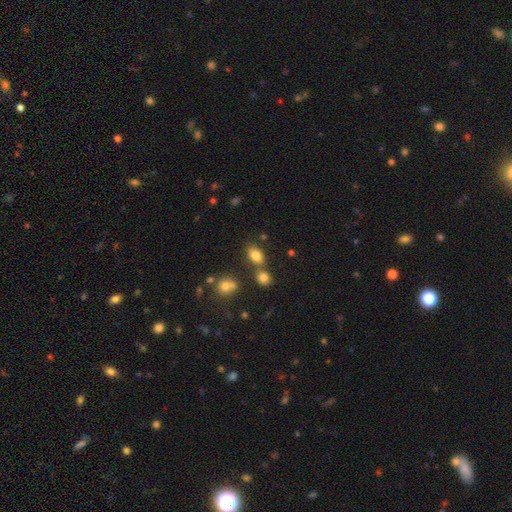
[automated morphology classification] Smooth or featured? smooth (81%)
How rounded? in between (82%)
Merging? none (62%)